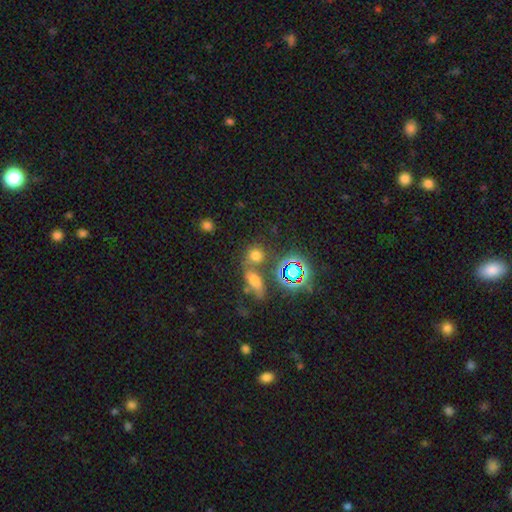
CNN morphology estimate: smooth_or_featured: smooth (p=0.64) [alt: star or artifact p=0.27]
how_rounded: round (p=0.69) [alt: in between p=0.28]
merging: none (p=0.56) [alt: merger p=0.29]